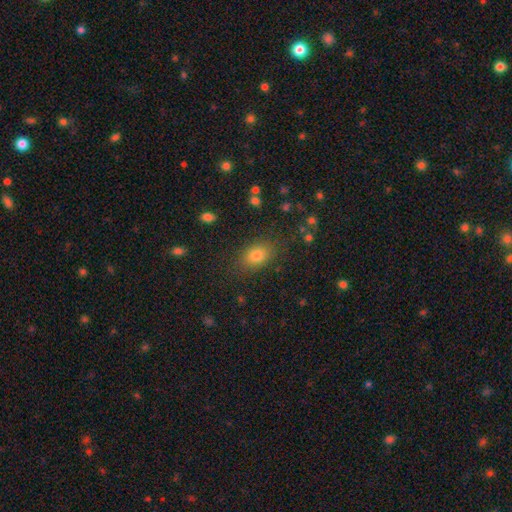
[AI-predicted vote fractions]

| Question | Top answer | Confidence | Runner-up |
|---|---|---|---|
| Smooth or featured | smooth | 78% | star or artifact (13%) |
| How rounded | in between | 77% | round (21%) |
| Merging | none | 83% | minor disturbance (11%) |